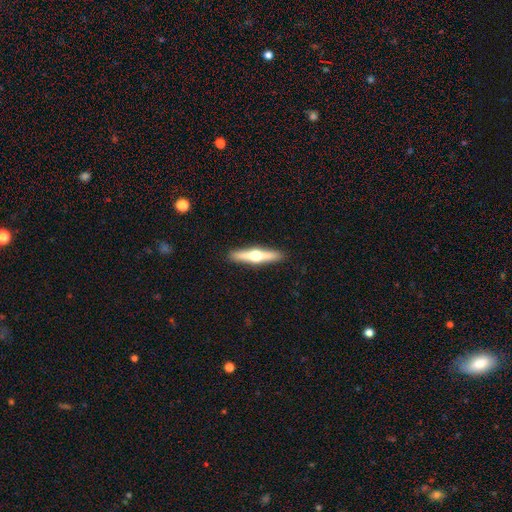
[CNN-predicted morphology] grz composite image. It shows a featured or disk galaxy (67%) viewed edge-on (97%) with a rounded central bulge (96%). Merging: none (92%).